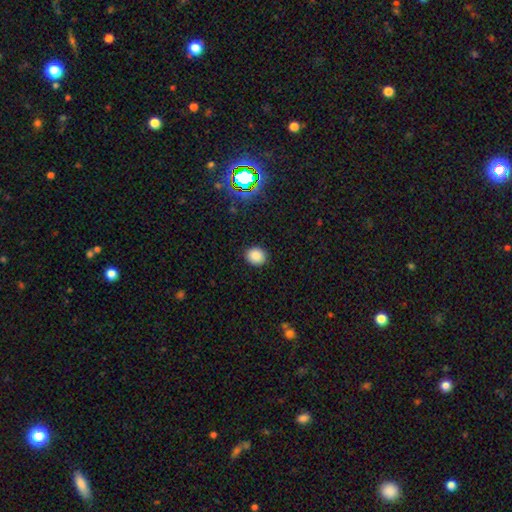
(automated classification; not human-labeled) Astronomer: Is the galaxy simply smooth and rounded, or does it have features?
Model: smooth — 84%.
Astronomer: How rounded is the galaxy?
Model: round — 66%.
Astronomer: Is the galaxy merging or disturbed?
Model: none — 89%.